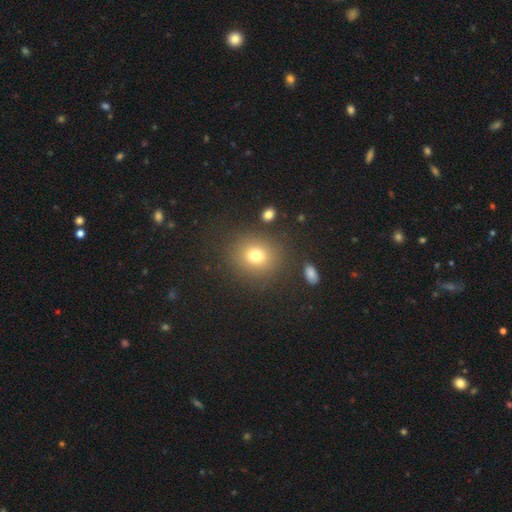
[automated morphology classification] Q: Smooth or featured?
A: smooth (75%); runner-up: star or artifact (15%)
Q: How rounded?
A: round (79%); runner-up: in between (20%)
Q: Merging?
A: none (84%); runner-up: minor disturbance (8%)